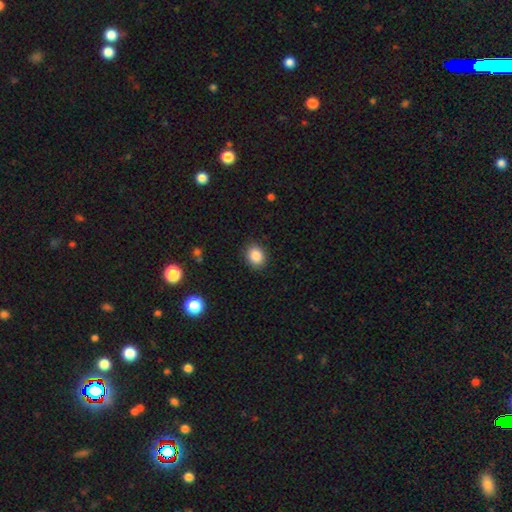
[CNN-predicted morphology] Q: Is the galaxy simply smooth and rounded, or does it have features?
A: smooth — 86%.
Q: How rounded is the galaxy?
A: round — 51%.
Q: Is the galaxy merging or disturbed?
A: none — 89%.